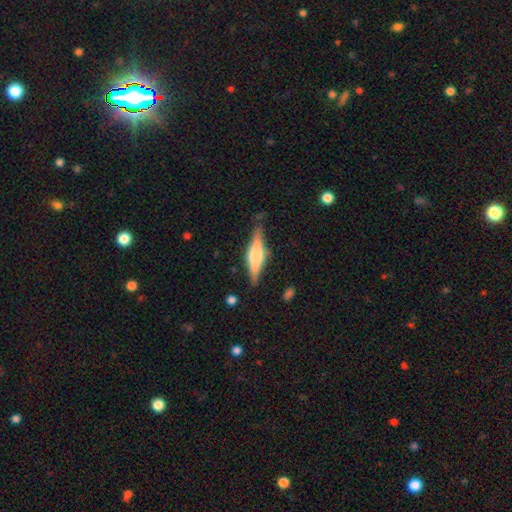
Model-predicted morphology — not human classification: Overall: featured or disk (58%; smooth 36%). Edge-on disk: yes (95%). Edge-on bulge: rounded (73%). Merging: none (80%).